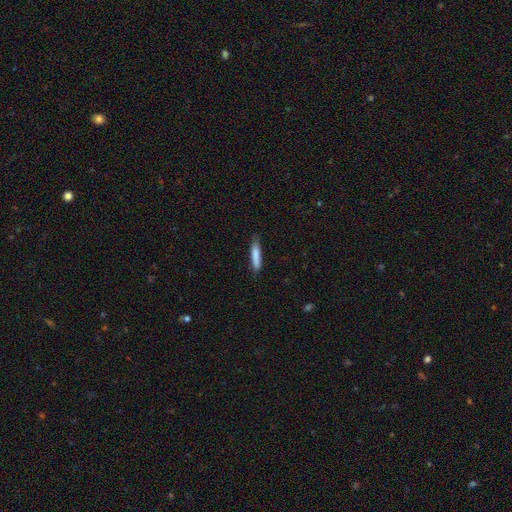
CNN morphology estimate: A smooth galaxy with no disk features (82%) that is cigar-shaped (85%). Merging: none (76%).